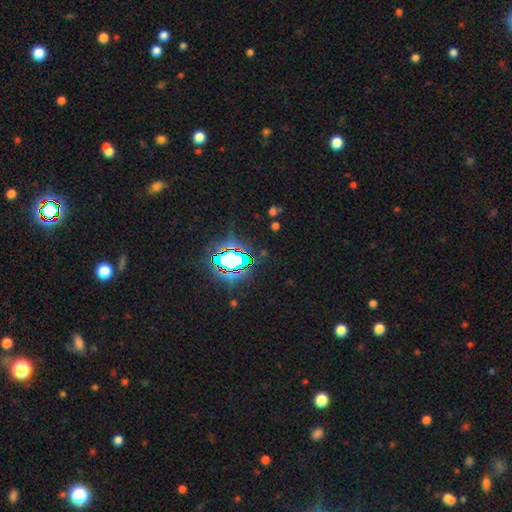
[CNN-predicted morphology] star or artifact 83%, smooth 10%, featured or disk 7%.